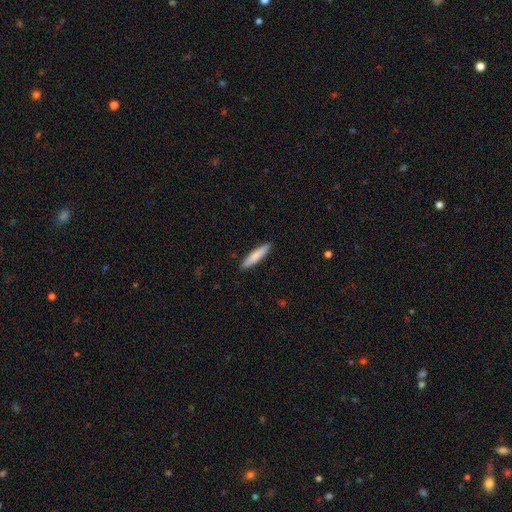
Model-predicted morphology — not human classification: Smooth or featured: smooth — 79% (featured or disk — 16%)
How rounded: cigar-shaped — 90% (in between — 9%)
Merging: none — 90% (minor disturbance — 7%)